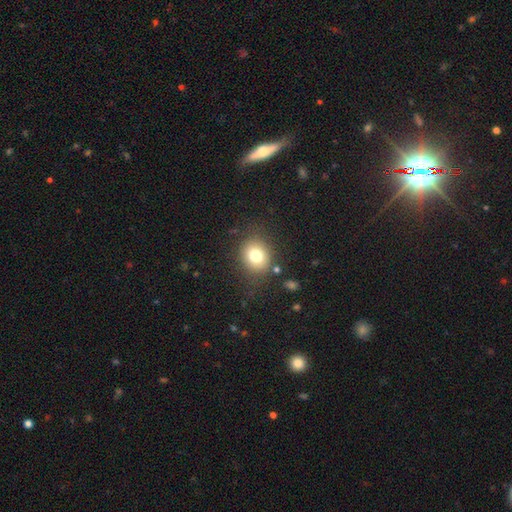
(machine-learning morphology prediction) smooth-or-featured: smooth: 78% | star or artifact: 12% | featured or disk: 11%
  how-rounded: round: 71% | in between: 28% | cigar-shaped: 1%
  merging: none: 82% | minor disturbance: 11% | major disturbance: 4% | merger: 3%